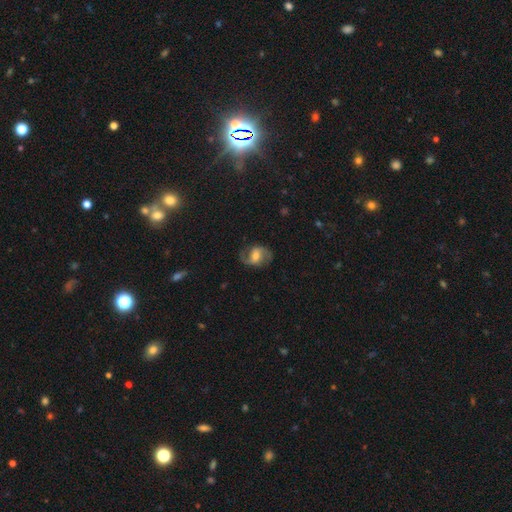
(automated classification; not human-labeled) Smooth or featured: featured or disk — 76% (smooth — 17%)
Edge-on disk: no — 97% (yes — 3%)
Bar: weak — 49% (no — 27%)
Spiral arms: yes — 93% (no — 7%)
Spiral winding: medium — 47% (loose — 40%)
Spiral arm count: 2 — 90% (can't tell — 4%)
Bulge size: moderate — 57% (small — 24%)
Merging: none — 78% (minor disturbance — 14%)